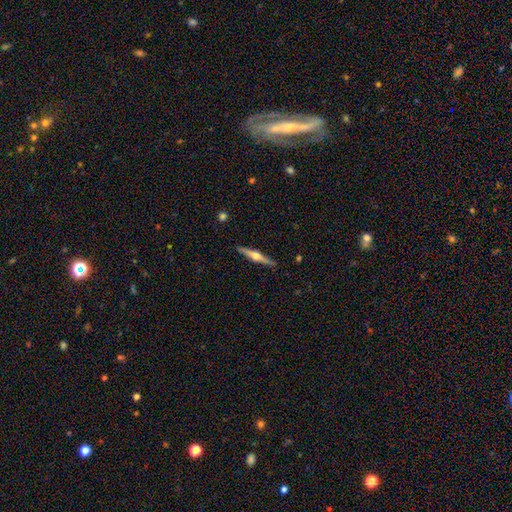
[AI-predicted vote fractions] Smooth or featured? featured or disk (74%)
Edge-on disk? yes (98%)
Edge-on bulge? rounded (95%)
Merging? none (91%)